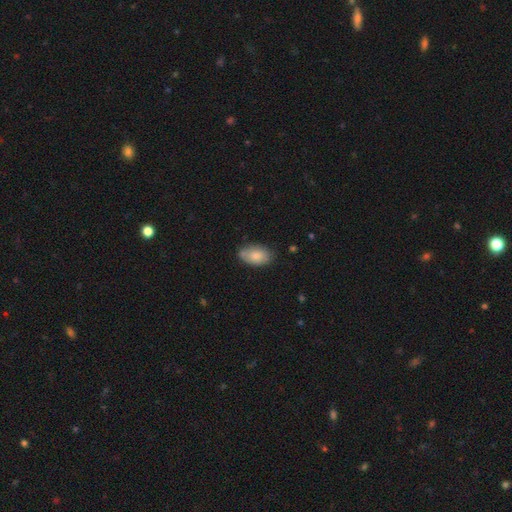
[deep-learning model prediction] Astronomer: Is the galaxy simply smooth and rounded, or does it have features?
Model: smooth — 81%.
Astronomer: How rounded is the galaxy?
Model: in between — 93%.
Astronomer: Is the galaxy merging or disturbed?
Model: none — 70%.